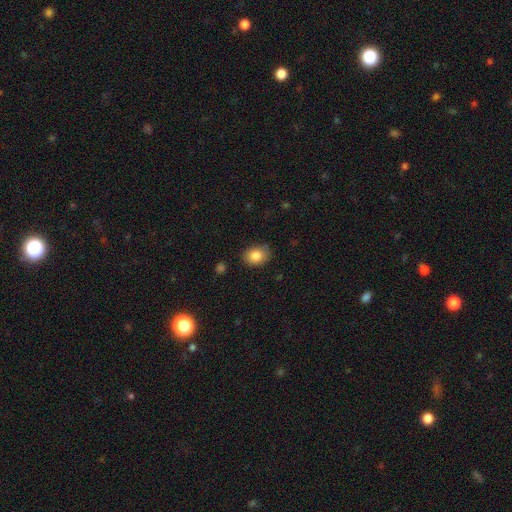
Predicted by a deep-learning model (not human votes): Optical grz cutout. It shows a smooth galaxy with no disk features (84%) that is in between round and cigar-shaped (62%). Merging: none (80%).